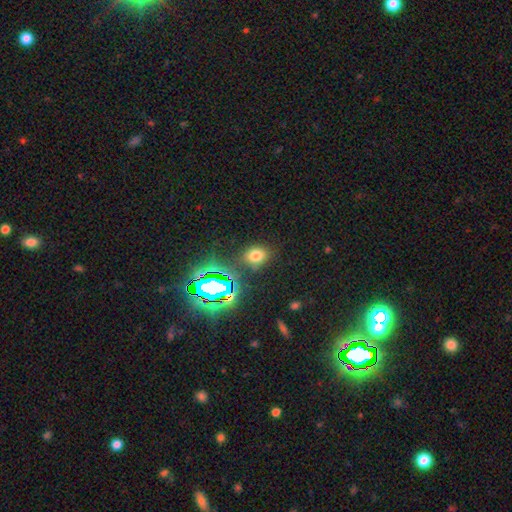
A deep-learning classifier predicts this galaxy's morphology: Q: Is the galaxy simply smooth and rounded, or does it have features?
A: smooth — 66%.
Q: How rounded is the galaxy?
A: in between — 53%.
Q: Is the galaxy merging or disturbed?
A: none — 81%.